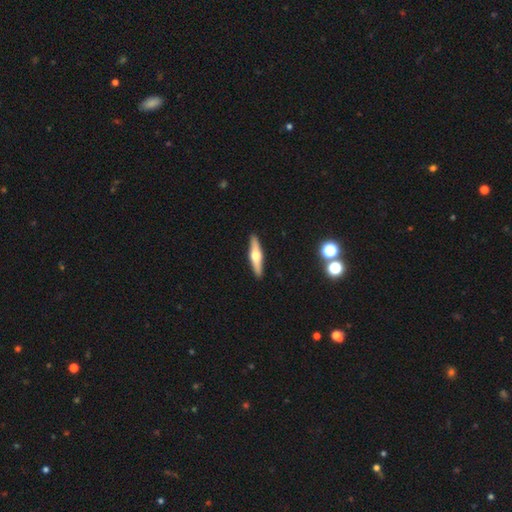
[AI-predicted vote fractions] Smooth or featured? Predicted: featured or disk (p=0.59). Edge-on disk? Predicted: yes (p=0.95). Edge-on bulge? Predicted: rounded (p=0.94). Merging? Predicted: none (p=0.91).